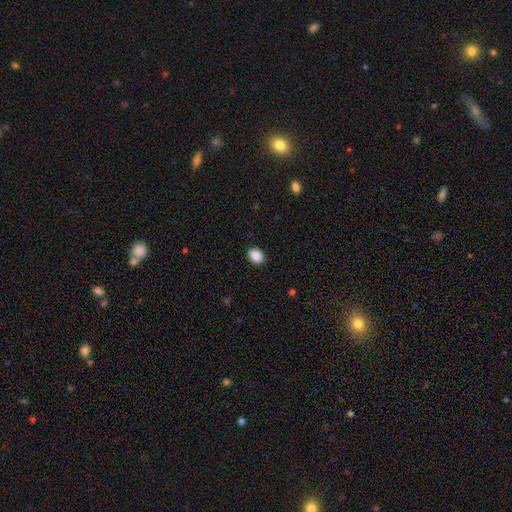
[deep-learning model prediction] Q: Smooth or featured?
A: smooth (89%); runner-up: star or artifact (8%)
Q: How rounded?
A: in between (73%); runner-up: round (26%)
Q: Merging?
A: none (90%); runner-up: minor disturbance (7%)